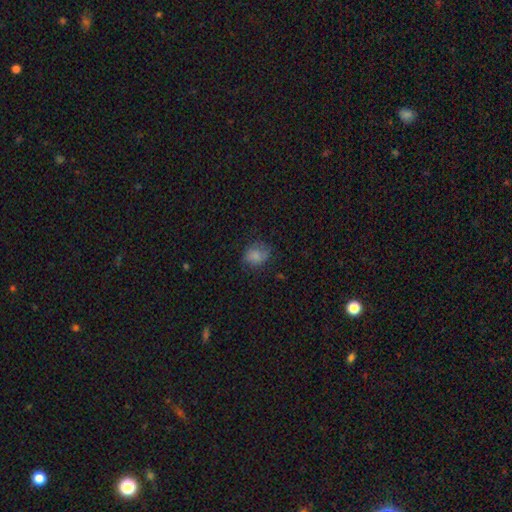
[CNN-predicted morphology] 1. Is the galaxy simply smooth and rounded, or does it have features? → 80% smooth, 11% star or artifact, 10% featured or disk.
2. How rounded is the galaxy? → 50% round, 49% in between, 1% cigar-shaped.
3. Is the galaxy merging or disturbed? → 64% none, 25% minor disturbance, 9% major disturbance, 1% merger.